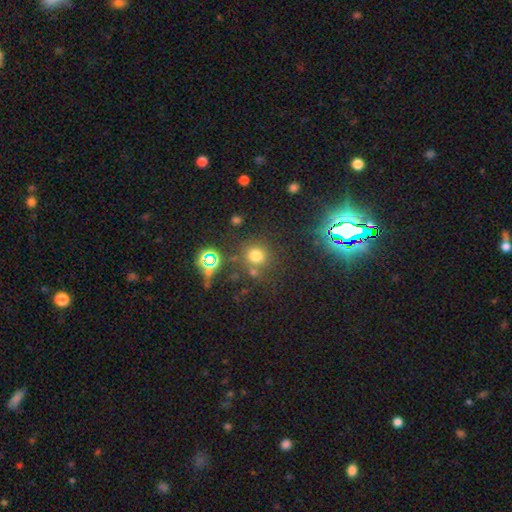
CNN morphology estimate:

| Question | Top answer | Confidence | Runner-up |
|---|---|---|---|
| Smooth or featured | smooth | 68% | star or artifact (25%) |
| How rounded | round | 87% | in between (12%) |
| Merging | none | 75% | minor disturbance (11%) |